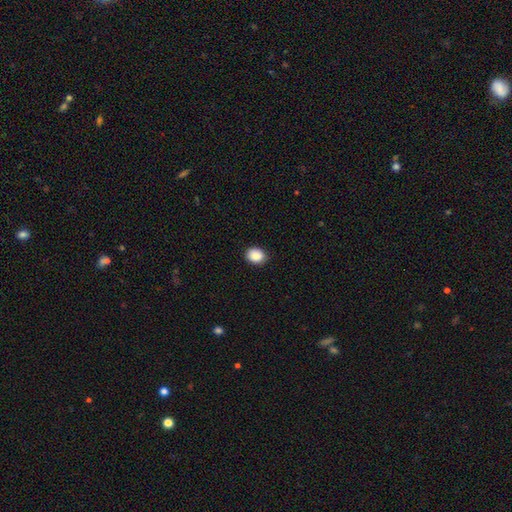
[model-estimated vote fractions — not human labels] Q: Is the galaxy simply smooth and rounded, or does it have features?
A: smooth — 89%.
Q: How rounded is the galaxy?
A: in between — 54%.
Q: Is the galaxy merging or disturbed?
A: none — 86%.